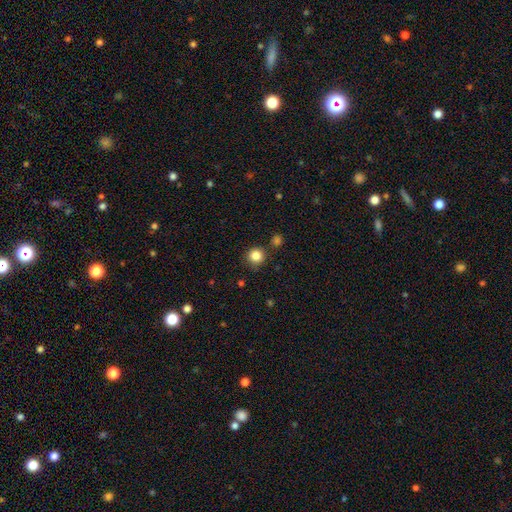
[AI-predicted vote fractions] A smooth galaxy with no disk features (85%) that is round (93%).

Vote fractions:
- Smooth or featured? smooth: 85% / star or artifact: 11% / featured or disk: 4%
- How rounded? round: 93% / in between: 6% / cigar-shaped: 1%
- Merging? none: 84% / minor disturbance: 9% / merger: 5% / major disturbance: 3%